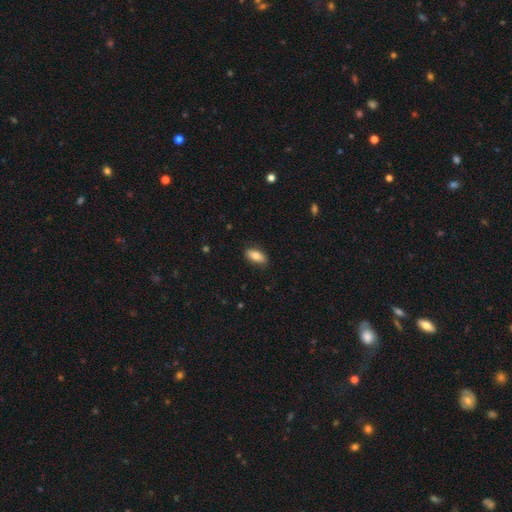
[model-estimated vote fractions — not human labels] Smooth or featured?
  - smooth: 79% *
  - featured or disk: 14%
  - star or artifact: 7%
How rounded?
  - in between: 87% *
  - cigar-shaped: 9%
  - round: 3%
Merging?
  - none: 85% *
  - minor disturbance: 12%
  - major disturbance: 2%
  - merger: 1%